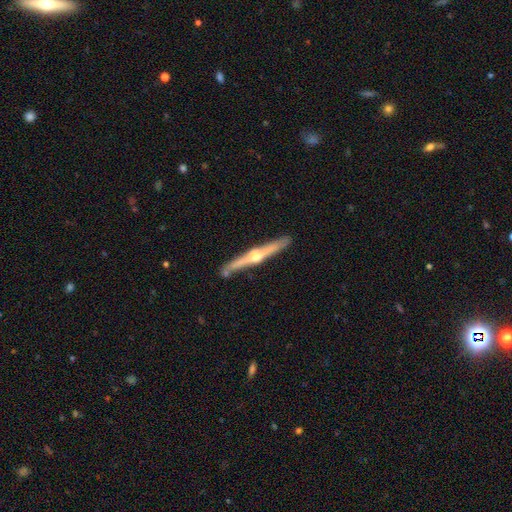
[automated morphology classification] A featured or disk galaxy (79%) viewed edge-on (98%) with a rounded central bulge (92%). Merging: none (86%).